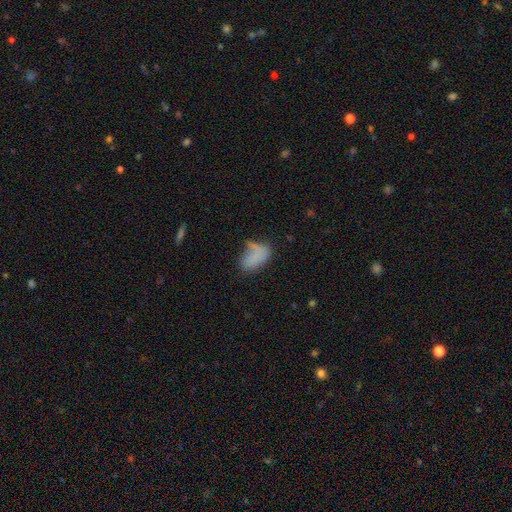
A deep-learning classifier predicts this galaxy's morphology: smooth_or_featured: smooth (p=0.74) [alt: featured or disk p=0.15]
how_rounded: in between (p=0.91) [alt: round p=0.06]
merging: none (p=0.37) [alt: minor disturbance p=0.28]